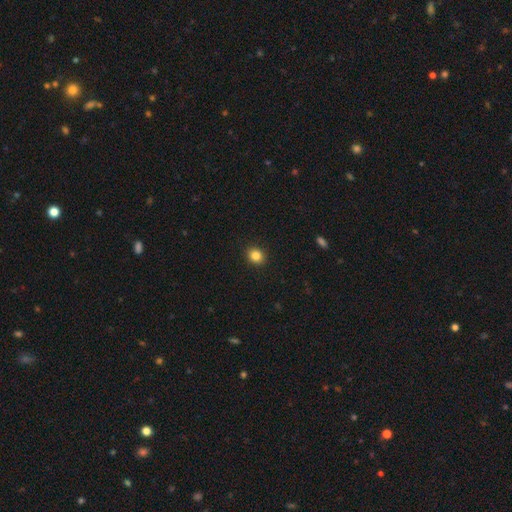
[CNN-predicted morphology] This appears to be a smooth galaxy with no disk features (84%) that is round (74%). Merging: none (92%).